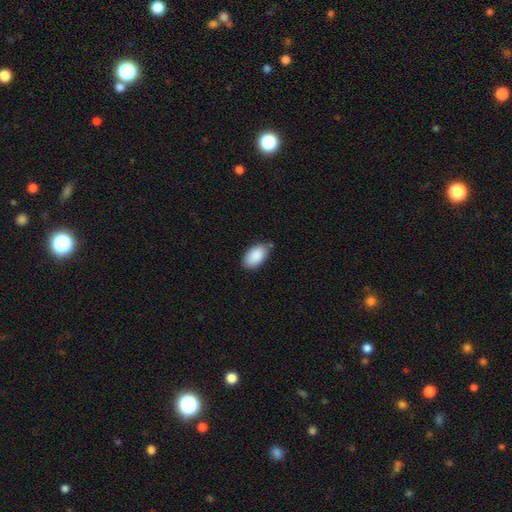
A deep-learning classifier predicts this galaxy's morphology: This appears to be a smooth galaxy with no disk features (89%) that is in between round and cigar-shaped (94%). Merging: none (74%).